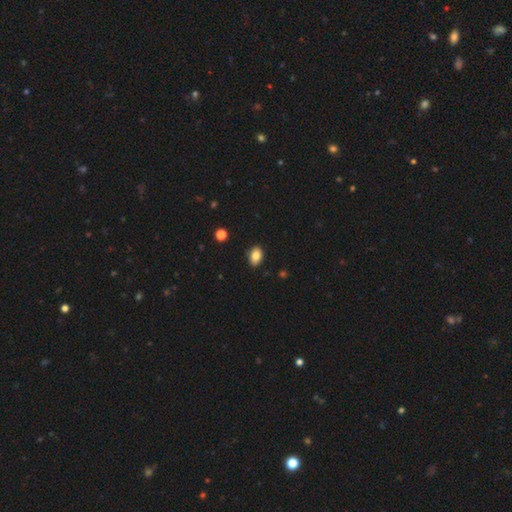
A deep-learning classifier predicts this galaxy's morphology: type=smooth (84%); roundness=in between (85%); merging=none (87%).